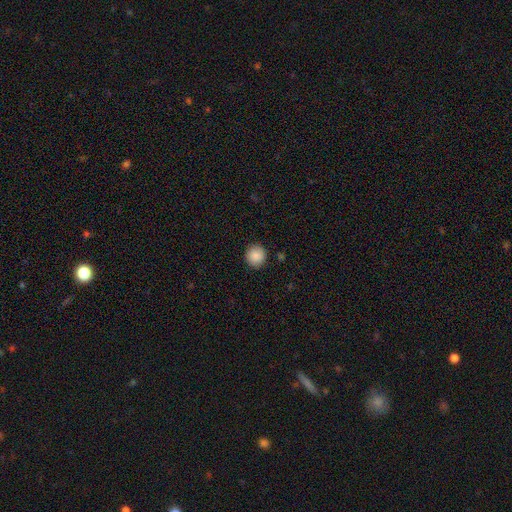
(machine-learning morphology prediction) Overall: smooth (88%). How rounded: round (93%). Merging: none (90%).